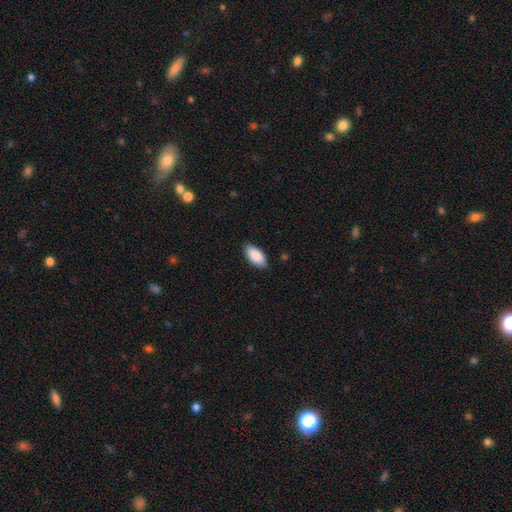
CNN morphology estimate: A smooth galaxy with no disk features (90%) that is in between round and cigar-shaped (93%).

Vote fractions:
- Smooth or featured? smooth: 90% / star or artifact: 6% / featured or disk: 5%
- How rounded? in between: 93% / cigar-shaped: 5% / round: 2%
- Merging? none: 87% / minor disturbance: 10% / major disturbance: 2% / merger: 1%